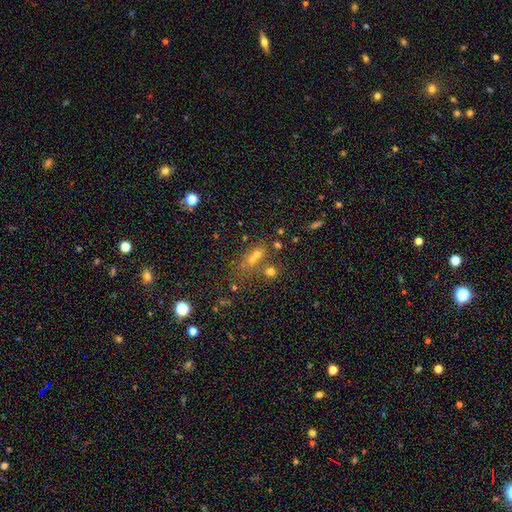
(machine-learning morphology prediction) smooth 46%, star or artifact 34%, featured or disk 20%. Down the decision tree: merging — merger (42%).